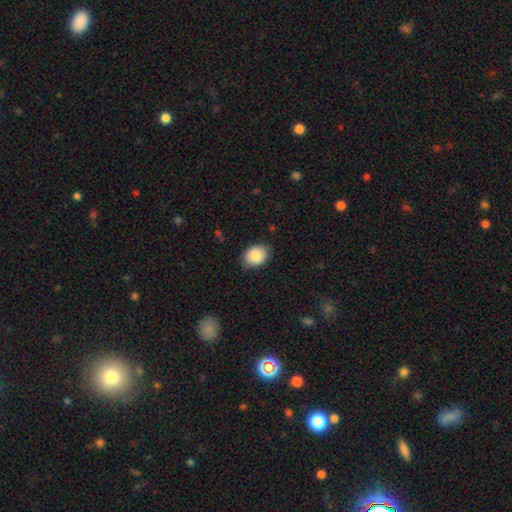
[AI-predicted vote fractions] This appears to be a smooth galaxy with no disk features (88%) that is in between round and cigar-shaped (61%). Merging: none (80%).